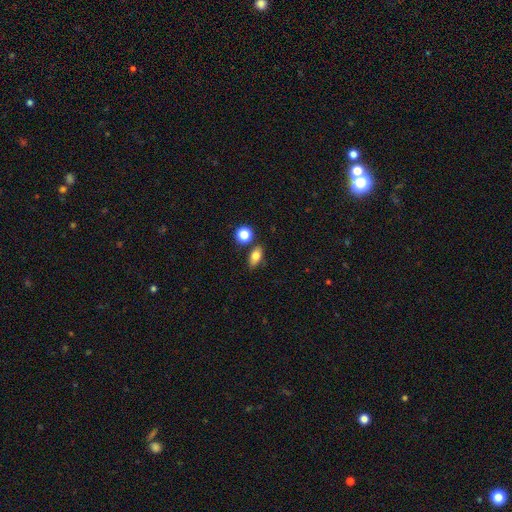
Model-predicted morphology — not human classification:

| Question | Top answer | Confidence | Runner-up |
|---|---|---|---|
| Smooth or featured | smooth | 77% | featured or disk (12%) |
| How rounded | in between | 78% | round (16%) |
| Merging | none | 77% | minor disturbance (12%) |